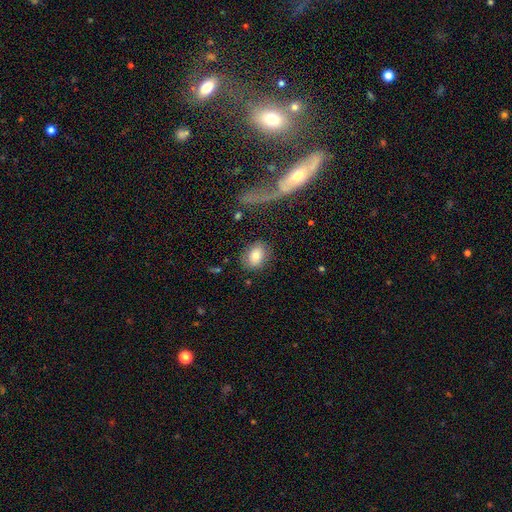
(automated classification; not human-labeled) Overall: smooth (76%). How rounded: in between (61%; round 38%). Merging: none (80%).